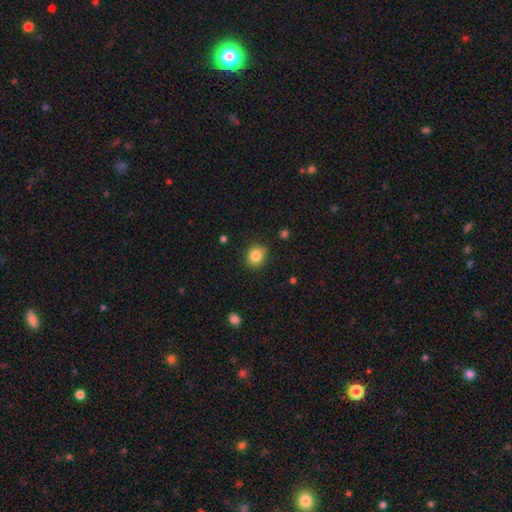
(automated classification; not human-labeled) Overall: smooth (84%). How rounded: round (81%). Merging: none (81%).